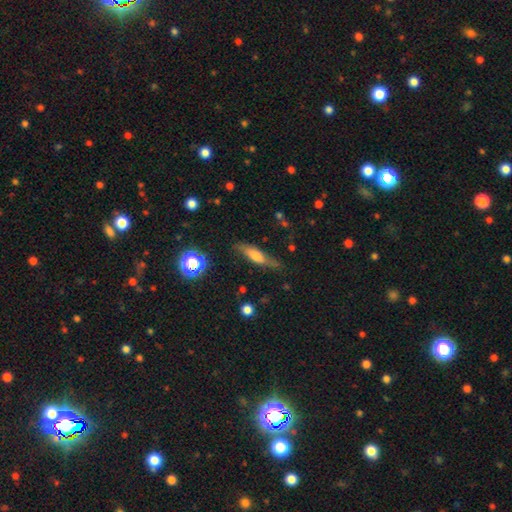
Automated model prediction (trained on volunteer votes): This appears to be a smooth galaxy with no disk features (53%) that is cigar-shaped (62%). Merging: none (69%).